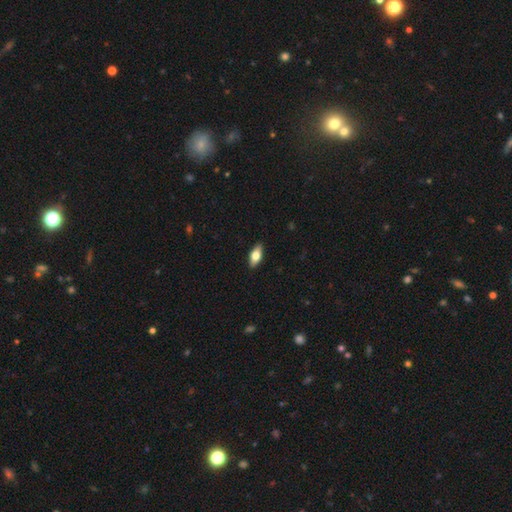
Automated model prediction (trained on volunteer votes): This is likely a smooth galaxy (66%). How rounded: clearly in between (83%). Merging: clearly none (89%).